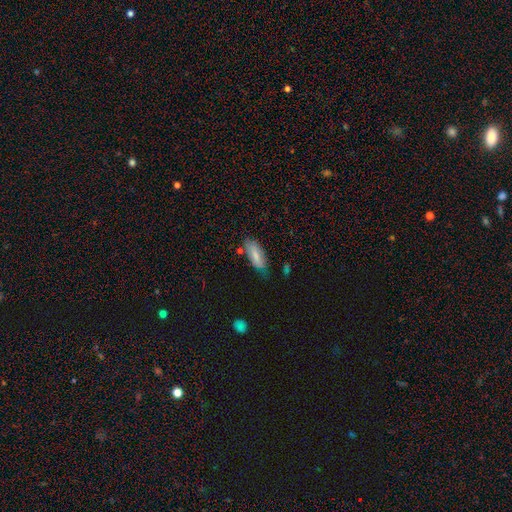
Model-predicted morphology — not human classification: smooth 73%, featured or disk 21%, star or artifact 7%. Down the decision tree: how rounded — in between (74%); merging — none (61%).